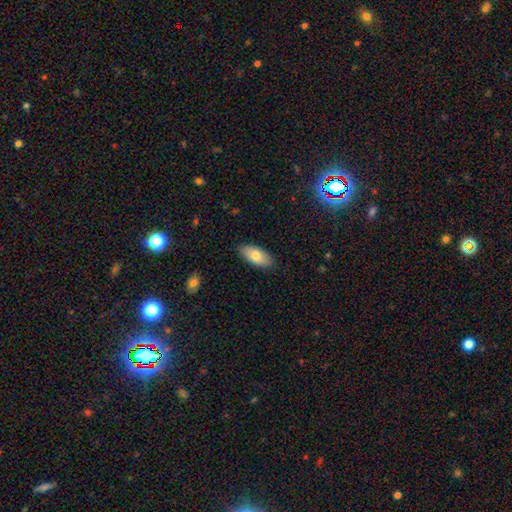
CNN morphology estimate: smooth_or_featured: smooth (p=0.78) [alt: featured or disk p=0.16]
how_rounded: in between (p=0.89) [alt: cigar-shaped p=0.09]
merging: none (p=0.87) [alt: minor disturbance p=0.10]